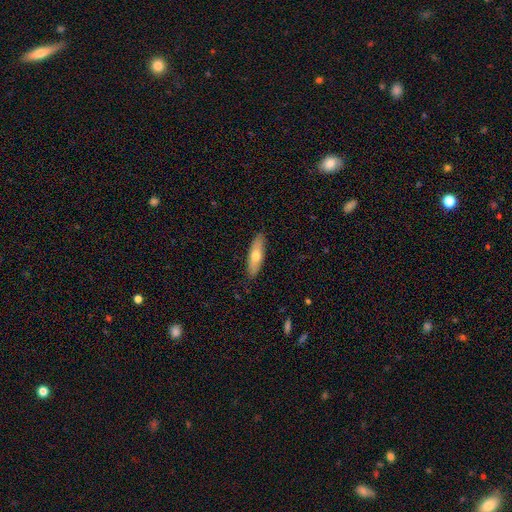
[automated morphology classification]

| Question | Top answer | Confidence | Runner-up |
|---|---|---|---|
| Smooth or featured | smooth | 63% | featured or disk (31%) |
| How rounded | cigar-shaped | 50% | in between (48%) |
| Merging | none | 86% | minor disturbance (11%) |